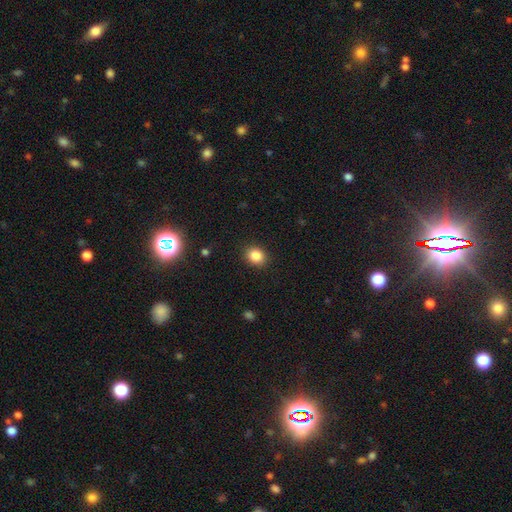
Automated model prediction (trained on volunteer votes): Overall: smooth (86%). How rounded: round (60%; in between 40%). Merging: none (89%).